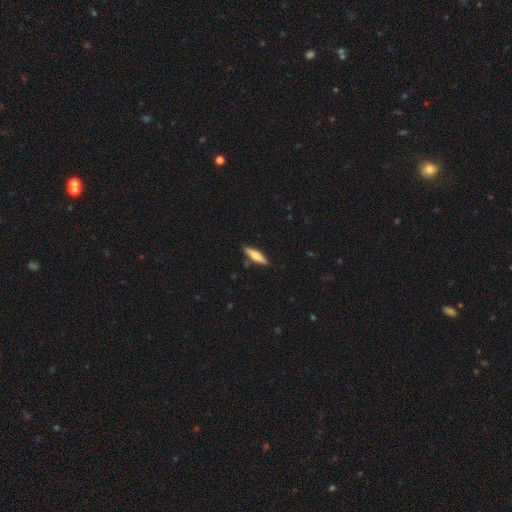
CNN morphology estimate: A smooth galaxy with no disk features (69%) that is cigar-shaped (65%). Merging: none (85%).